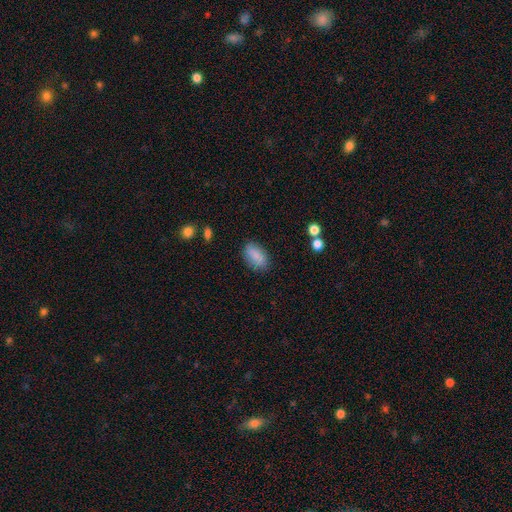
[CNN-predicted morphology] Overall: smooth (86%). How rounded: in between (90%). Merging: none (81%).